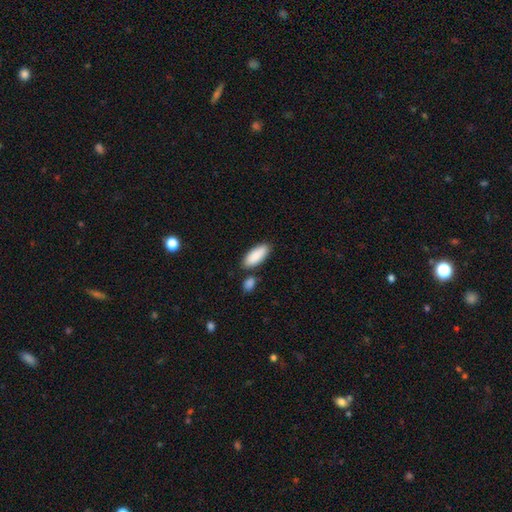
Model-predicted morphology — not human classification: A smooth galaxy with no disk features (89%) that is in between round and cigar-shaped (82%).

Vote fractions:
- Smooth or featured? smooth: 89% / star or artifact: 6% / featured or disk: 5%
- How rounded? in between: 82% / cigar-shaped: 16% / round: 2%
- Merging? none: 75% / minor disturbance: 12% / merger: 10% / major disturbance: 3%